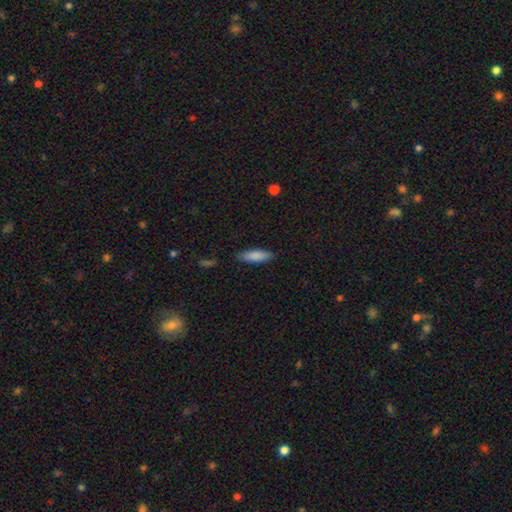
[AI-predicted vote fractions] smooth-or-featured: smooth: 84% | featured or disk: 10% | star or artifact: 6%
  how-rounded: cigar-shaped: 56% | in between: 42% | round: 2%
  merging: none: 85% | minor disturbance: 11% | major disturbance: 2% | merger: 1%